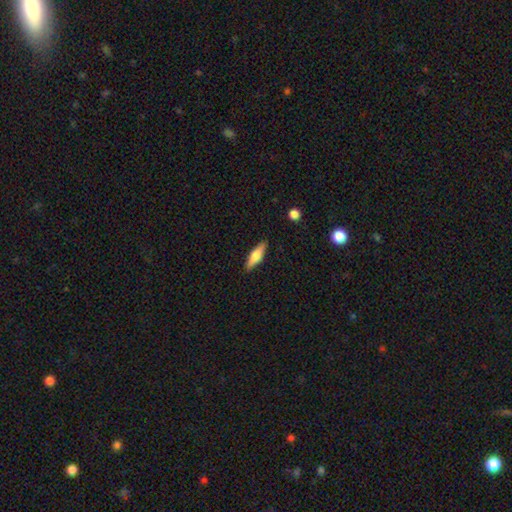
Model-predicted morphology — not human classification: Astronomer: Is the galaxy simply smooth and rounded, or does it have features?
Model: smooth — 56% (runner-up: featured or disk, 37%).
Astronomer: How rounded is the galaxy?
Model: cigar-shaped — 61% (runner-up: in between, 36%).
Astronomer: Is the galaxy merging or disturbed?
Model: none — 88%.